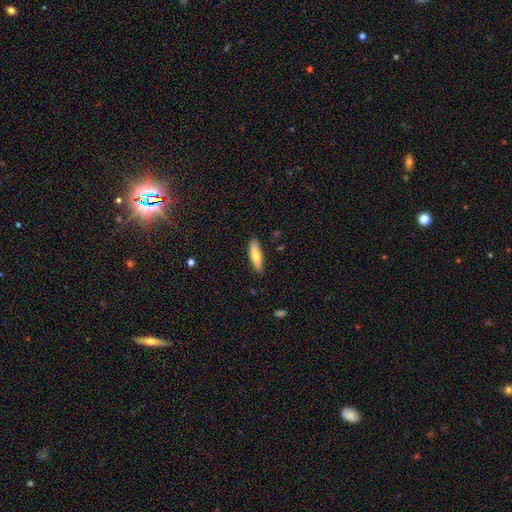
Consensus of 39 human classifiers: This is likely a smooth galaxy (77%). How rounded: likely cigar-shaped (63%). Merging: clearly none (92%).